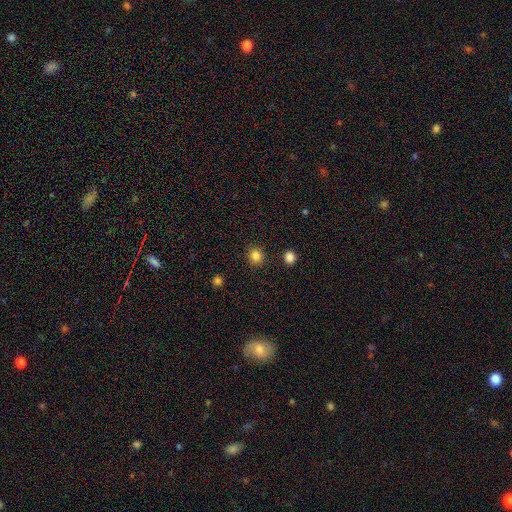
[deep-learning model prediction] A smooth galaxy with no disk features (84%) that is round (83%). Merging: none (89%).